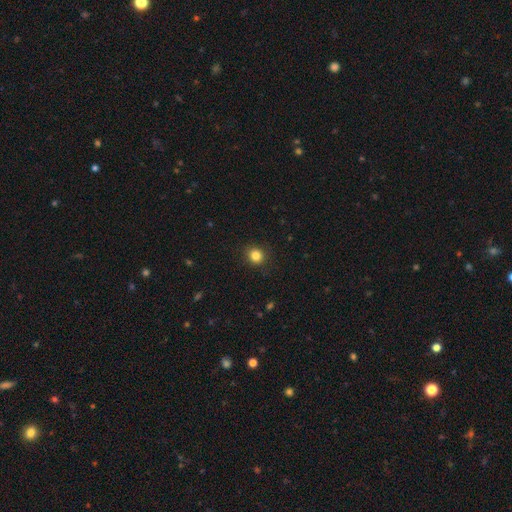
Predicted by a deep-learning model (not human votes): Overall: smooth (84%). How rounded: round (87%). Merging: none (90%).